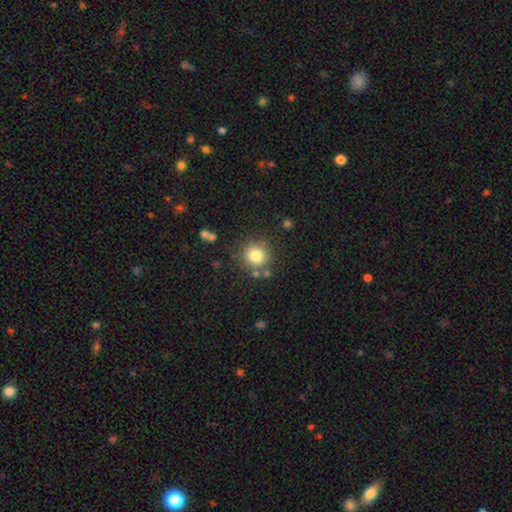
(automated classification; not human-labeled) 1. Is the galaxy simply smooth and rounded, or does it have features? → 80% smooth, 12% star or artifact, 8% featured or disk.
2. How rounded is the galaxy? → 92% round, 7% in between, 1% cigar-shaped.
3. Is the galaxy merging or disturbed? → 80% none, 10% minor disturbance, 6% merger, 4% major disturbance.